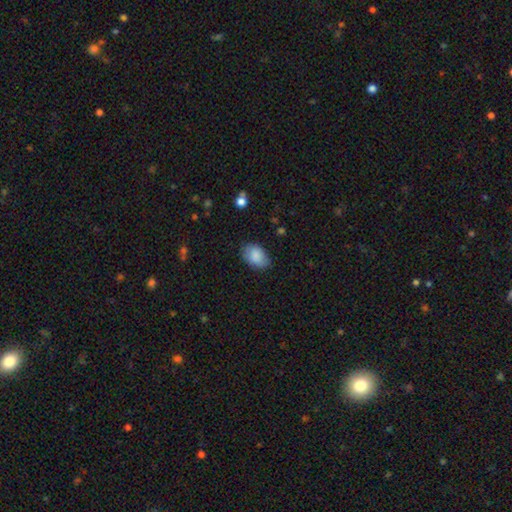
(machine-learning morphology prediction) Smooth or featured? smooth (87%)
How rounded? in between (88%)
Merging? none (78%)